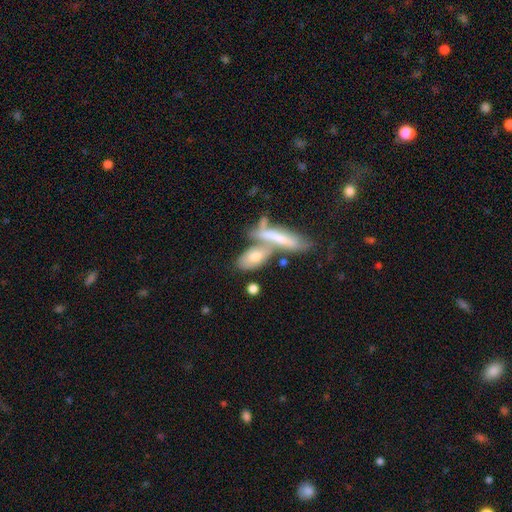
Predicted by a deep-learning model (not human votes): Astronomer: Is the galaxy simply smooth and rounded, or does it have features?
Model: smooth — 55% (runner-up: featured or disk, 36%).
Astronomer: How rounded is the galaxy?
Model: in between — 48% (runner-up: cigar-shaped, 47%).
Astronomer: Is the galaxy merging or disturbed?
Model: merger — 46% (runner-up: none, 35%).